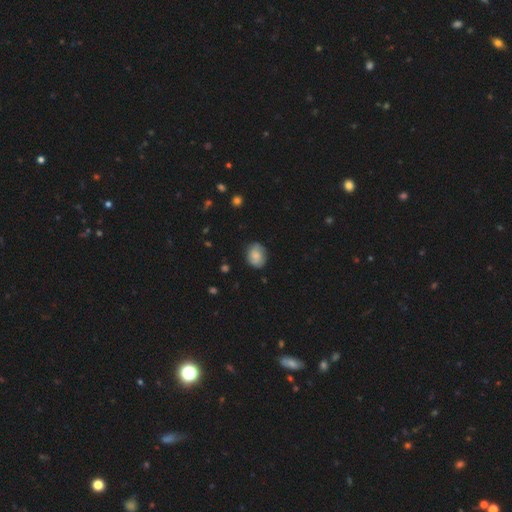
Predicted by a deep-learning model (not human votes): smooth_or_featured: smooth (p=0.72) [alt: featured or disk p=0.21]
how_rounded: in between (p=0.53) [alt: round p=0.46]
merging: none (p=0.76) [alt: minor disturbance p=0.19]